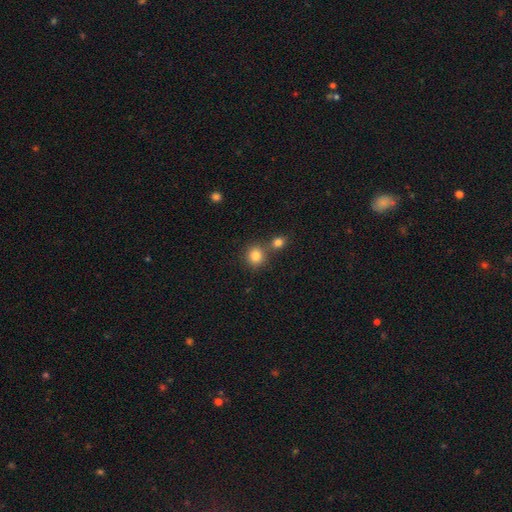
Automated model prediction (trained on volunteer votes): Smooth or featured? smooth (82%)
How rounded? round (87%)
Merging? none (64%)